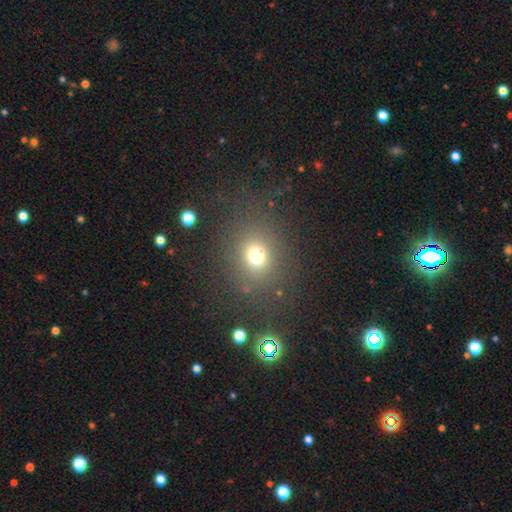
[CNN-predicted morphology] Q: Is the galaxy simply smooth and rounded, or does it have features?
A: smooth — 70%.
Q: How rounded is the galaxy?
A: round — 73%.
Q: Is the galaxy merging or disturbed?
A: none — 77%.